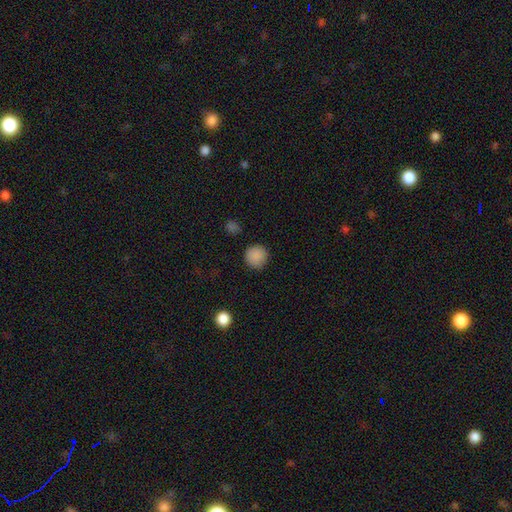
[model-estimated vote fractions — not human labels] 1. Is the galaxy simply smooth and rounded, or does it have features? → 88% smooth, 9% star or artifact, 3% featured or disk.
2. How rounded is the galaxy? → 94% round, 5% in between, 1% cigar-shaped.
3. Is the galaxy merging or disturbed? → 90% none, 7% minor disturbance, 2% major disturbance, 1% merger.